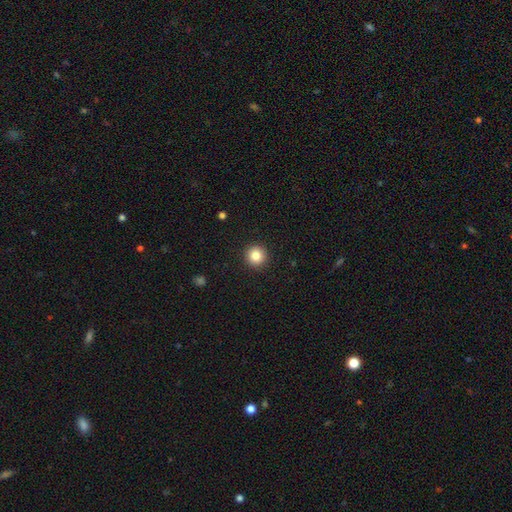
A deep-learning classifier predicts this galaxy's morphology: A smooth galaxy with no disk features (85%) that is round (95%).

Vote fractions:
- Smooth or featured? smooth: 85% / star or artifact: 10% / featured or disk: 5%
- How rounded? round: 95% / in between: 4% / cigar-shaped: 1%
- Merging? none: 93% / minor disturbance: 5% / major disturbance: 2% / merger: 1%